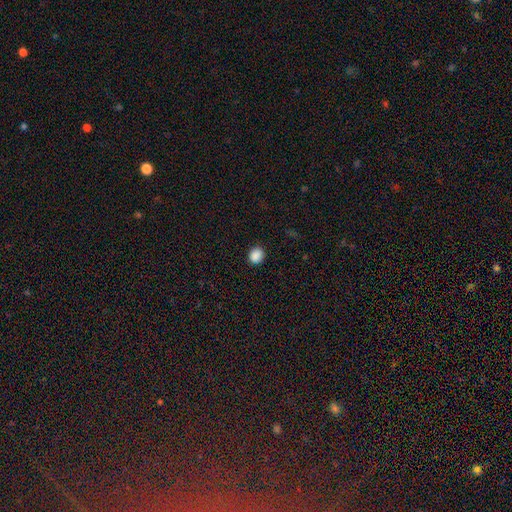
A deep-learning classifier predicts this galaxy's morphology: A smooth galaxy with no disk features (88%) that is round (79%).

Vote fractions:
- Smooth or featured? smooth: 88% / star or artifact: 10% / featured or disk: 2%
- How rounded? round: 79% / in between: 20% / cigar-shaped: 1%
- Merging? none: 90% / minor disturbance: 7% / major disturbance: 2% / merger: 1%